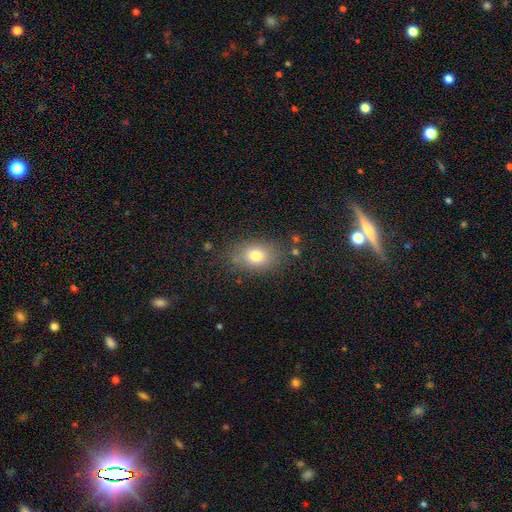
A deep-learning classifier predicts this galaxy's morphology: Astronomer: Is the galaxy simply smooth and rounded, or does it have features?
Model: smooth — 78%.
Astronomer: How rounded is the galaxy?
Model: in between — 77%.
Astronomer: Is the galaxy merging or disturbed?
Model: none — 76%.